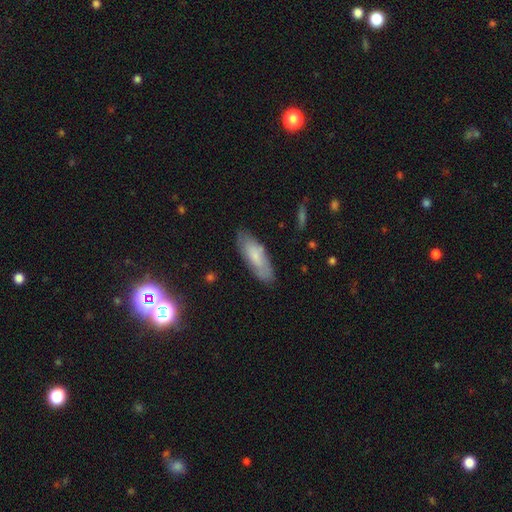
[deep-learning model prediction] Smooth or featured? Predicted: smooth (p=0.69). How rounded? Predicted: in between (p=0.63). Merging? Predicted: none (p=0.79).